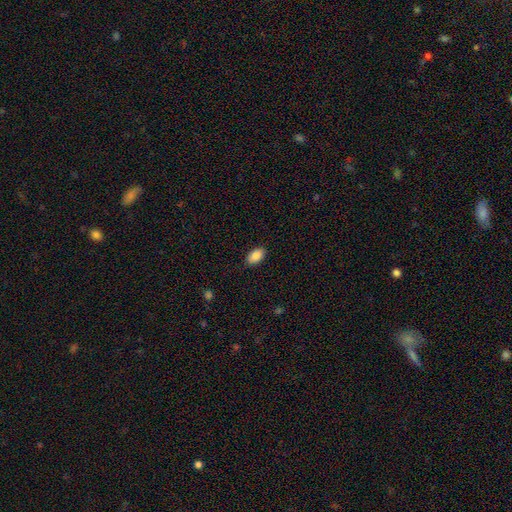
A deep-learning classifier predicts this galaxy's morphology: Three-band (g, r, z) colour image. It shows a smooth galaxy with no disk features (87%) that is in between round and cigar-shaped (93%). Merging: none (88%).